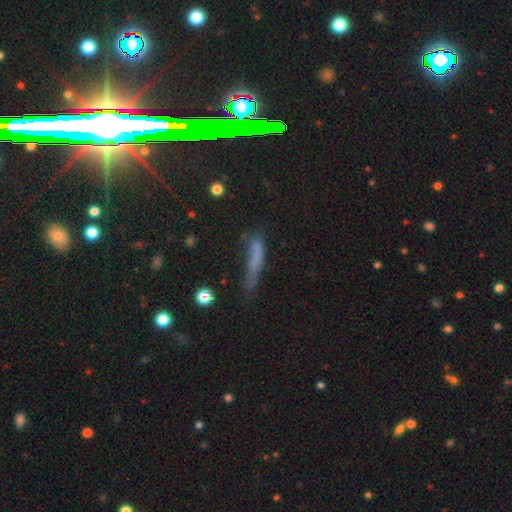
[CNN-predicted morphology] smooth_or_featured: smooth (p=0.63) [alt: featured or disk p=0.22]
how_rounded: cigar-shaped (p=0.83) [alt: in between p=0.13]
merging: none (p=0.39) [alt: minor disturbance p=0.31]